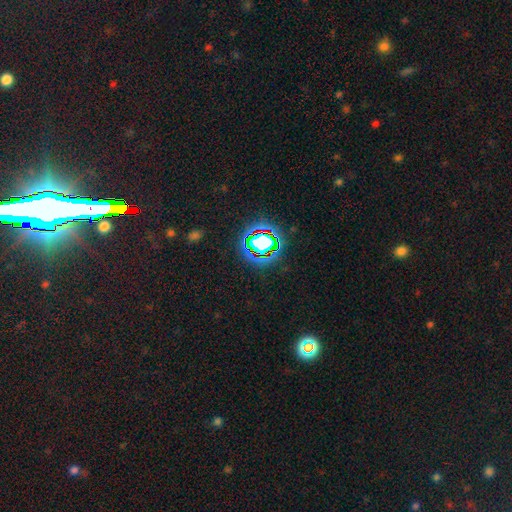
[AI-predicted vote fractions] Smooth or featured: star or artifact — 76% (smooth — 12%)